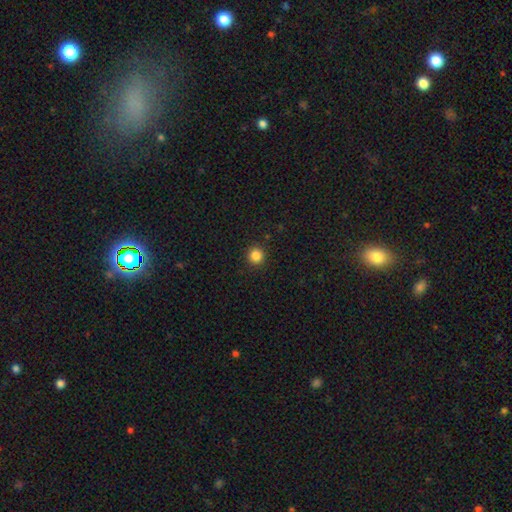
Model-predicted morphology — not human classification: Smooth or featured? Predicted: smooth (p=0.85). How rounded? Predicted: round (p=0.94). Merging? Predicted: none (p=0.92).